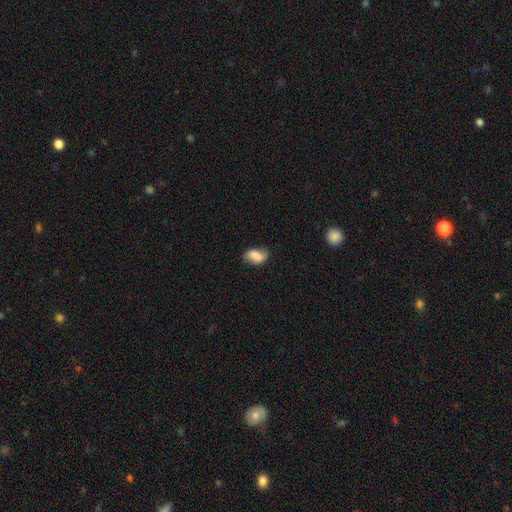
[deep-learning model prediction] Smooth or featured? Predicted: smooth (p=0.74). How rounded? Predicted: in between (p=0.88). Merging? Predicted: none (p=0.65).